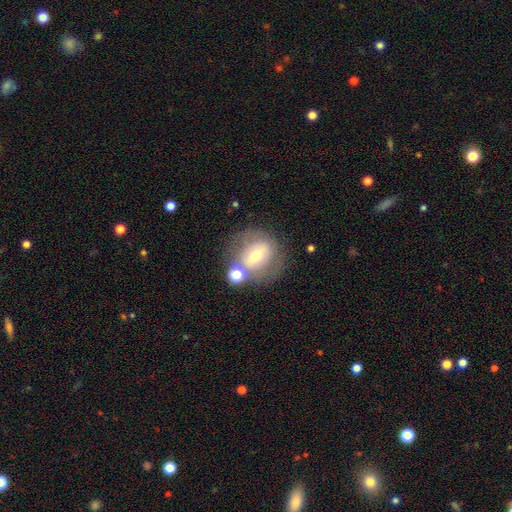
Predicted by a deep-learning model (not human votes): This is possibly a featured or disk galaxy (48%). Merging: possibly none (58%).